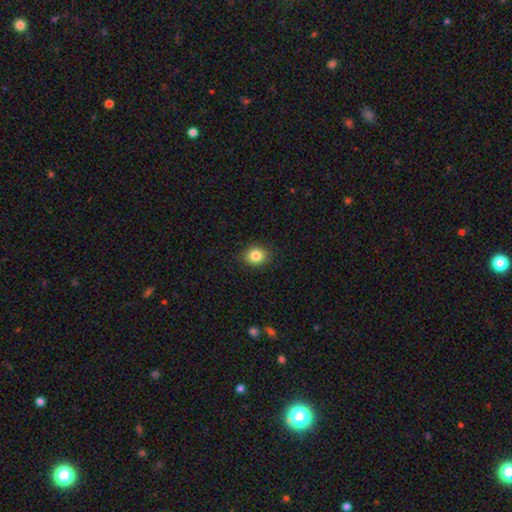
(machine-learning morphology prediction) This appears to be a smooth galaxy with no disk features (84%) that is round (71%). Merging: none (89%).